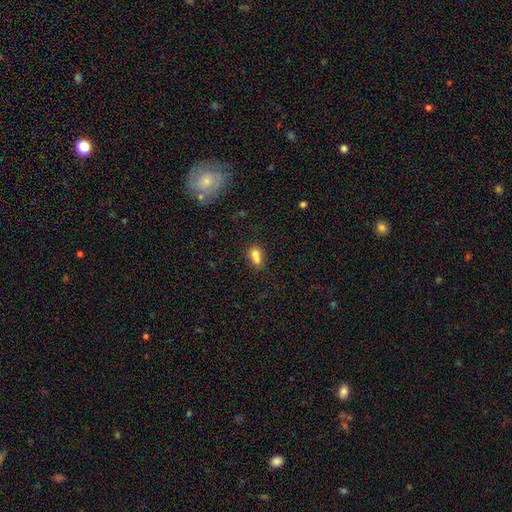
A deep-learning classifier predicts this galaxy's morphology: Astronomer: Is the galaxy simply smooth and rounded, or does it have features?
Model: smooth — 72%.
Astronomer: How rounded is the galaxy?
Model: in between — 56% (runner-up: round, 41%).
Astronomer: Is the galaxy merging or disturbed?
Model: merger — 56%.